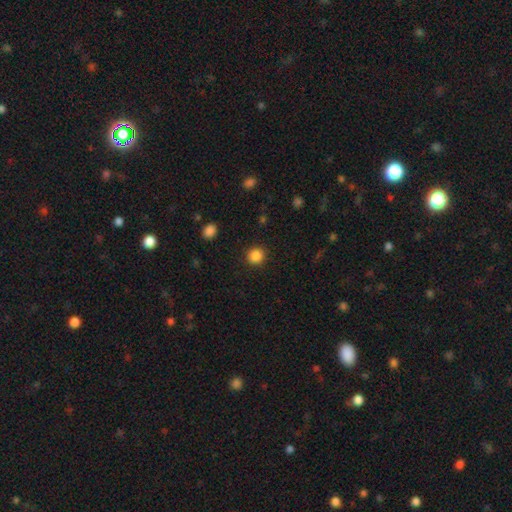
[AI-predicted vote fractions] Smooth or featured? smooth (86%)
How rounded? round (91%)
Merging? none (91%)